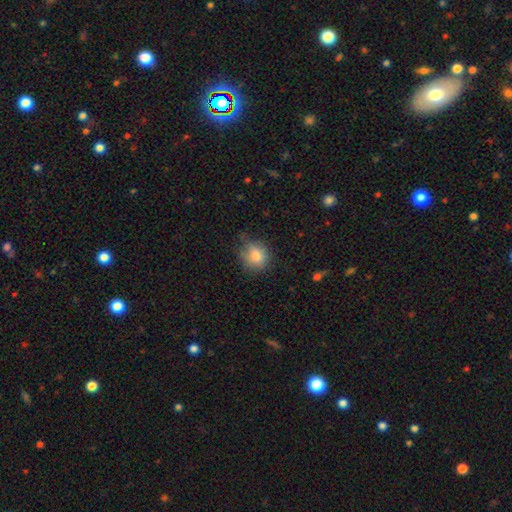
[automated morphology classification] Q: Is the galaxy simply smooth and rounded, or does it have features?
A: smooth — 81%.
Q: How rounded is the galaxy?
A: round — 79%.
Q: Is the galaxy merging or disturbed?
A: none — 67%.